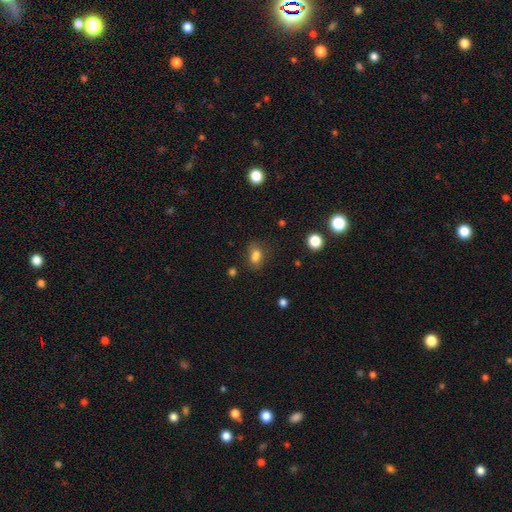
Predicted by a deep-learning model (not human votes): A smooth galaxy with no disk features (79%) that is in between round and cigar-shaped (74%). Merging: none (68%).